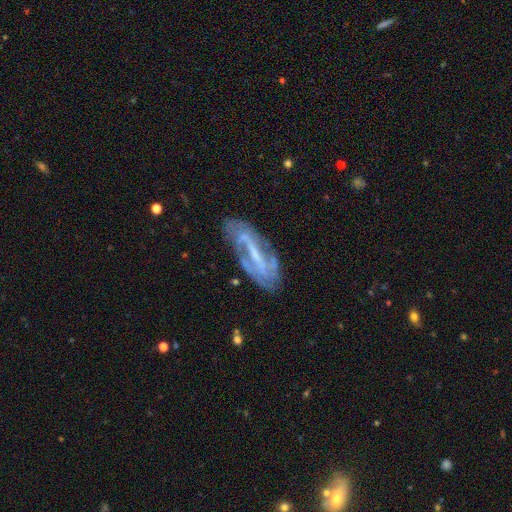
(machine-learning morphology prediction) type=featured or disk (76%); edge-on=no (83%); bar=strong (59%); spiral arms=yes (75%); bulge=small (40%); merging=none (68%).